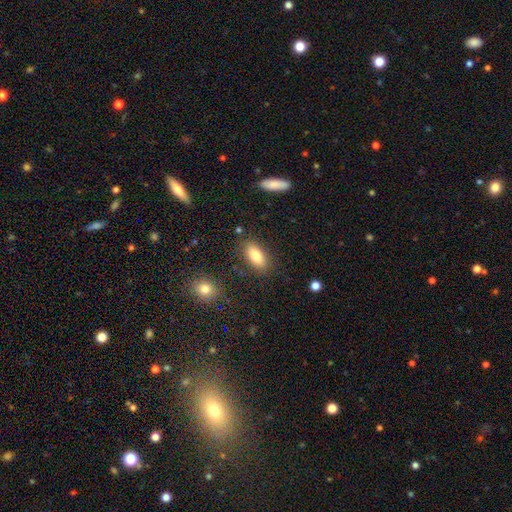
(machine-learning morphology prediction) Smooth or featured: smooth — 84% (featured or disk — 9%)
How rounded: in between — 87% (cigar-shaped — 9%)
Merging: none — 83% (minor disturbance — 11%)